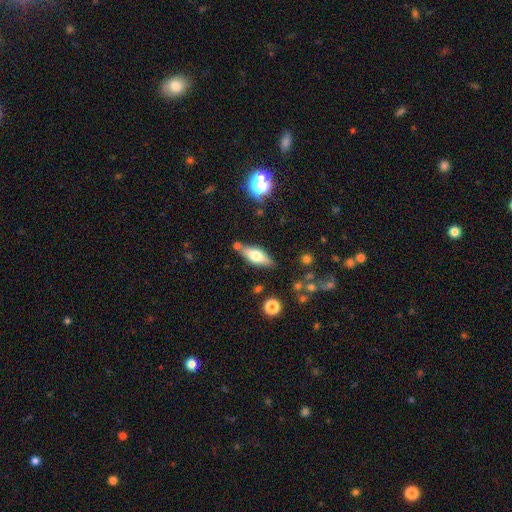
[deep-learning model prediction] The model was most divided on "smooth or featured": smooth: 57%, featured or disk: 36%, star or artifact: 7%. More confident: merging — none (75%); how rounded — in between (66%).